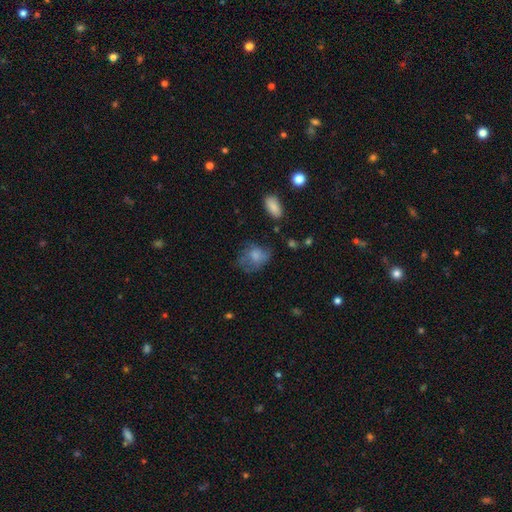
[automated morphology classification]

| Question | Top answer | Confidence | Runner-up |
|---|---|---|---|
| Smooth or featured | smooth | 68% | featured or disk (22%) |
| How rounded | in between | 56% | round (43%) |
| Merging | none | 44% | minor disturbance (28%) |